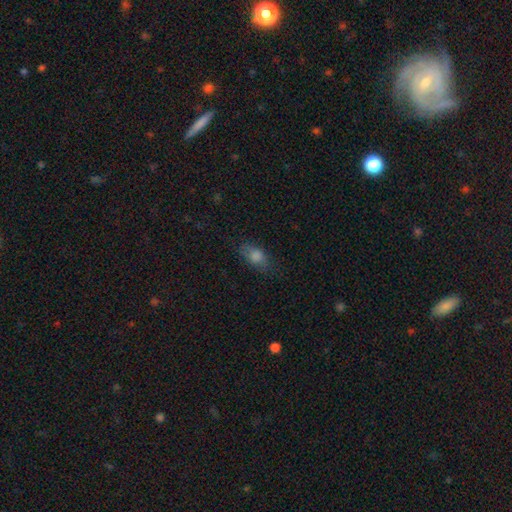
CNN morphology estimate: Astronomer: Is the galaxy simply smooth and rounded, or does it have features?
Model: smooth — 73%.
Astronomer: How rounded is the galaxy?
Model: in between — 82%.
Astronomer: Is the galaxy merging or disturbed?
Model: none — 75%.